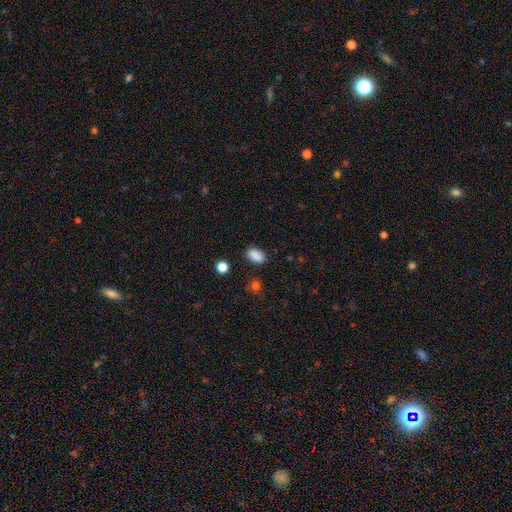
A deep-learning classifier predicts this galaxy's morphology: Overall: smooth (86%). How rounded: in between (88%). Merging: none (82%).